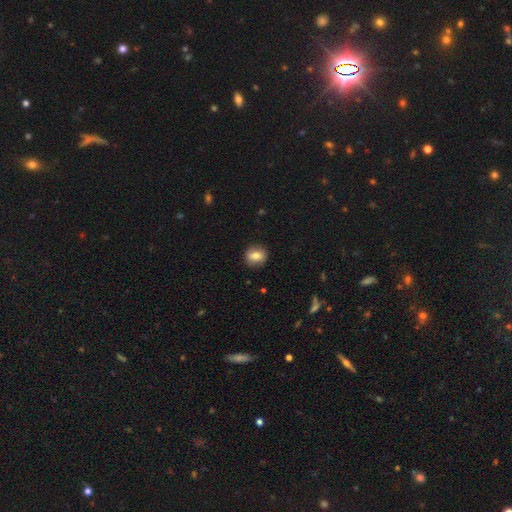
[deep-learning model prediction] The model was most divided on "how rounded": round: 60%, in between: 38%, cigar-shaped: 2%. More confident: merging — none (87%); smooth or featured — smooth (80%).